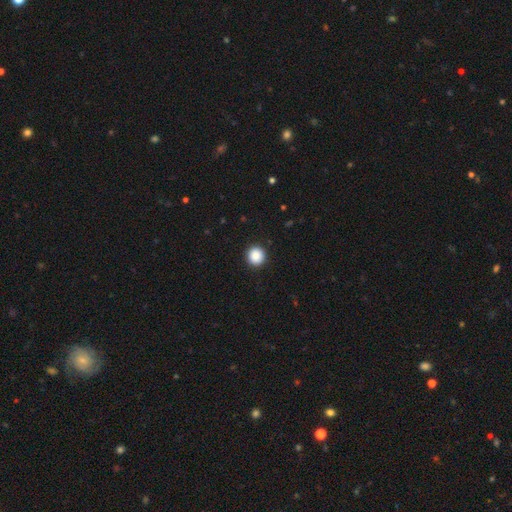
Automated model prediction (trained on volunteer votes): This is clearly a smooth galaxy (88%). How rounded: clearly round (94%). Merging: clearly none (92%).